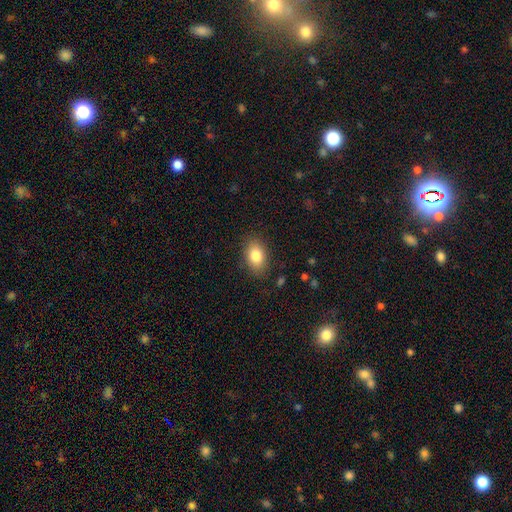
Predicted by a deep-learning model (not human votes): This appears to be a smooth galaxy with no disk features (82%) that is in between round and cigar-shaped (84%). Merging: none (85%).